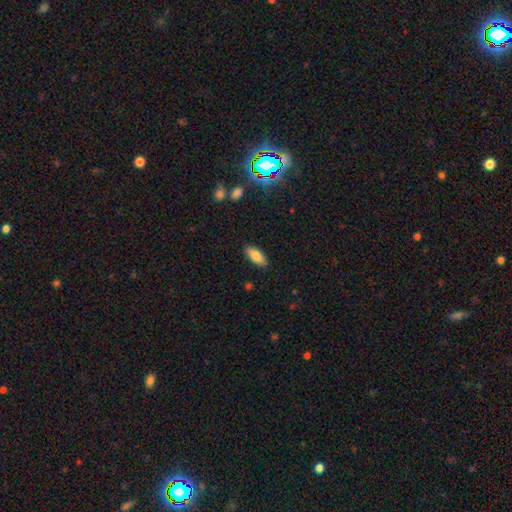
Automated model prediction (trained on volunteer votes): smooth 85%, featured or disk 8%, star or artifact 7%. Down the decision tree: how rounded — in between (85%); merging — none (87%).